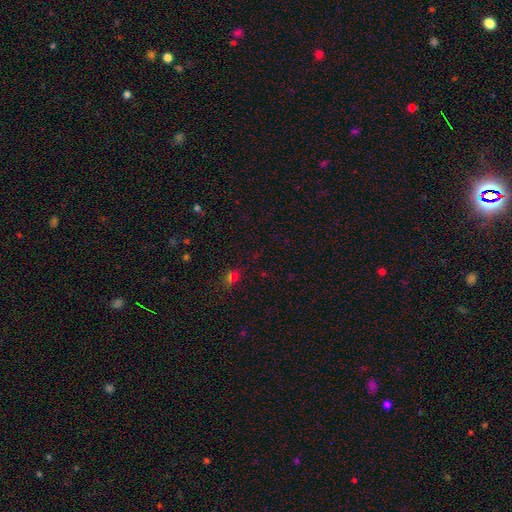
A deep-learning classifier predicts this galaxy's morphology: The model was most divided on "smooth or featured": star or artifact: 56%, smooth: 36%, featured or disk: 8%.